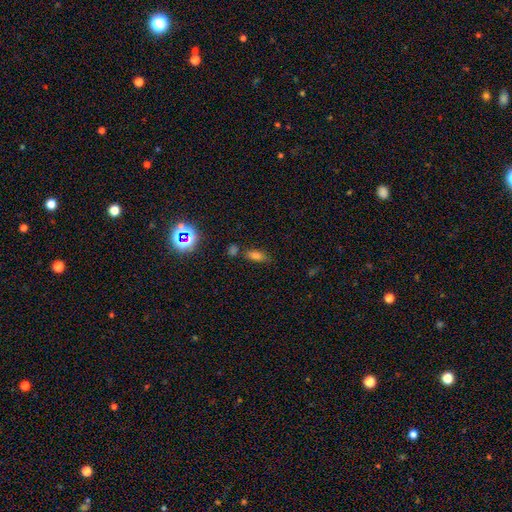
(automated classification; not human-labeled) Smooth or featured? smooth (67%)
How rounded? in between (80%)
Merging? none (62%)